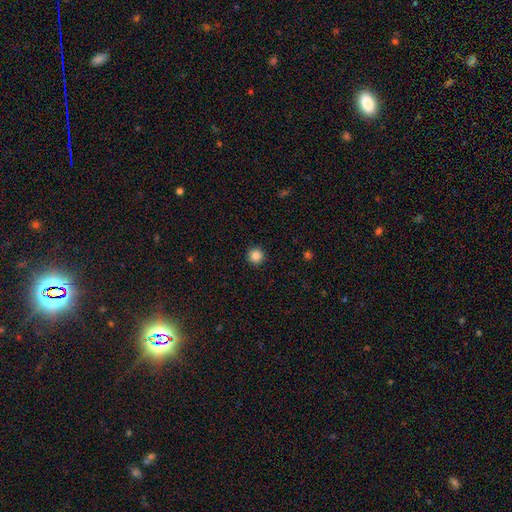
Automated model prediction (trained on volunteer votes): The model was most divided on "smooth or featured": smooth: 85%, star or artifact: 11%, featured or disk: 4%. More confident: how rounded — round (96%); merging — none (93%).